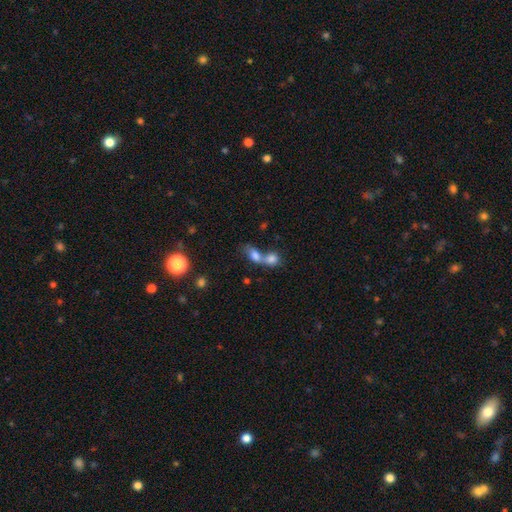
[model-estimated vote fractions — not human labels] Overall: smooth (76%). How rounded: in between (70%). Merging: merger (74%).